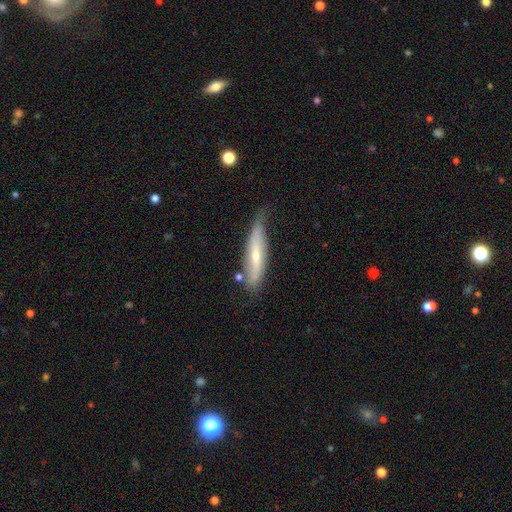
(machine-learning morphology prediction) Smooth or featured? featured or disk (55%)
Edge-on disk? yes (64%)
Merging? none (53%)